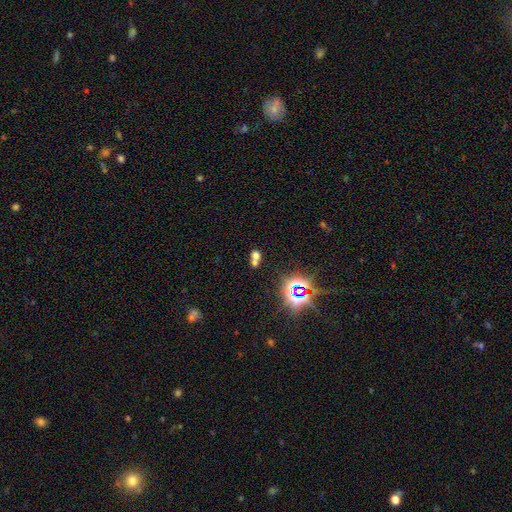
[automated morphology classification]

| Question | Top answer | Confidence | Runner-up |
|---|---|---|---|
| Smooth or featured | smooth | 56% | star or artifact (28%) |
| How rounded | in between | 50% | round (48%) |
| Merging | merger | 58% | none (31%) |